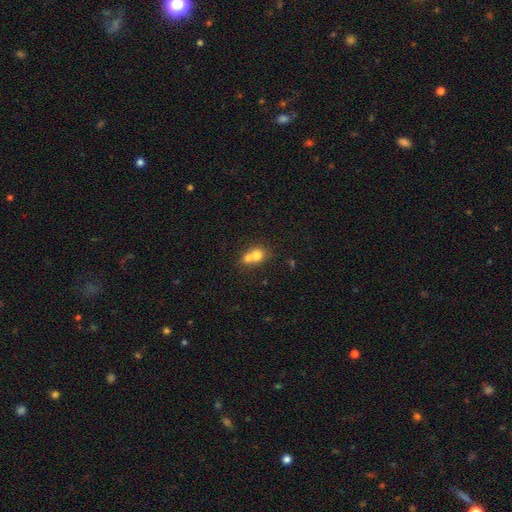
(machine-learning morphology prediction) This is likely a smooth galaxy (71%). How rounded: likely round (65%). Merging: likely merger (66%).